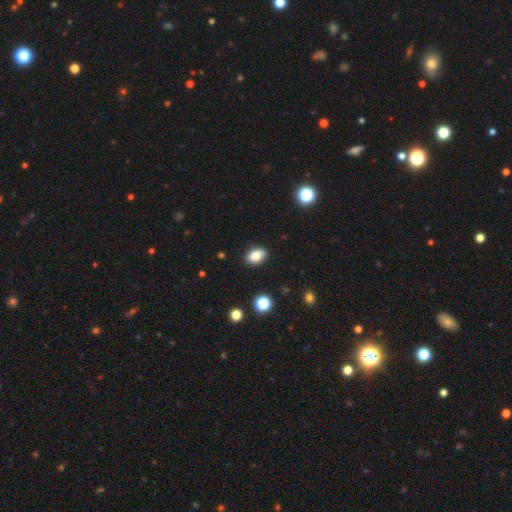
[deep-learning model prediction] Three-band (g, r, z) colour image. It shows a smooth galaxy with no disk features (85%) that is in between round and cigar-shaped (87%). Merging: none (86%).